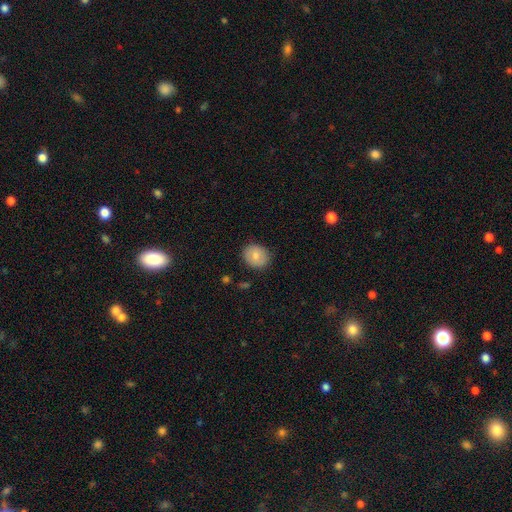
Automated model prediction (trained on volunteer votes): Smooth or featured? smooth (79%)
How rounded? round (70%)
Merging? none (86%)